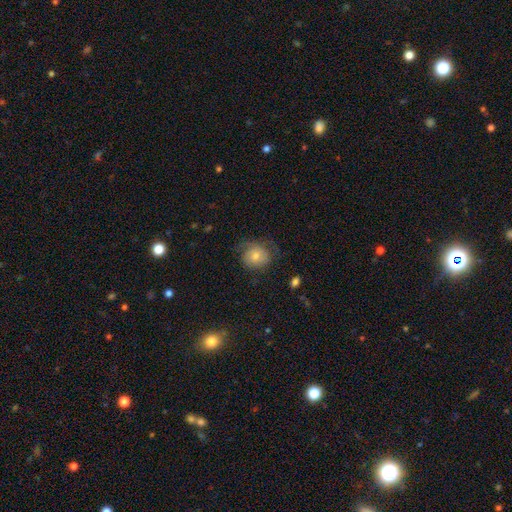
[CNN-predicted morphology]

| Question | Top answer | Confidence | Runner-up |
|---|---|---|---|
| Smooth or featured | smooth | 62% | featured or disk (29%) |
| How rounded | round | 75% | in between (24%) |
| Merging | none | 56% | minor disturbance (26%) |